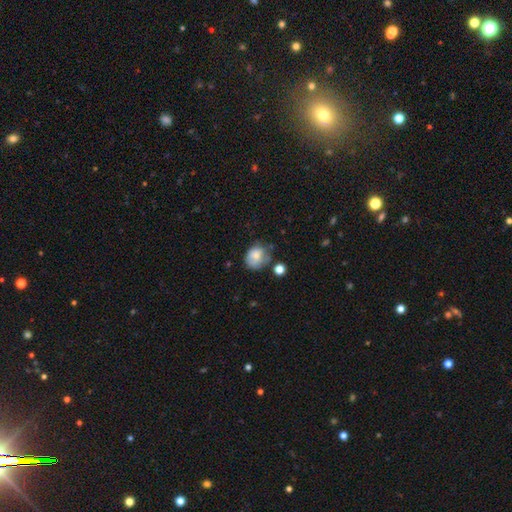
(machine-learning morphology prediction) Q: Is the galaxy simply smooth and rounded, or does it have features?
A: smooth — 71%.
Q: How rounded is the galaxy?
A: round — 58%.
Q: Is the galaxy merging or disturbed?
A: none — 43%.